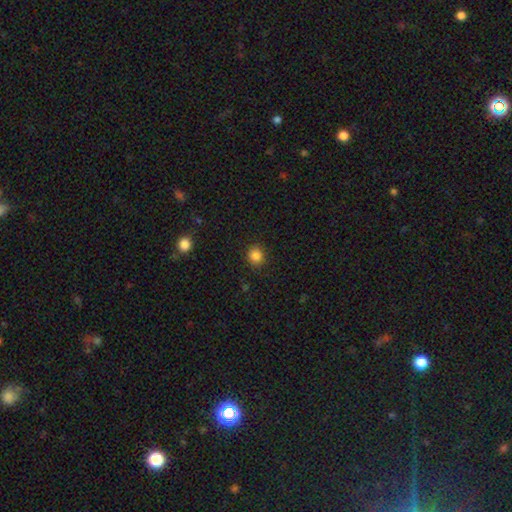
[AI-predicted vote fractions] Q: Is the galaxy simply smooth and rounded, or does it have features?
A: smooth — 85%.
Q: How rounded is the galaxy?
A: round — 86%.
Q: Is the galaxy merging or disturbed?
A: none — 89%.